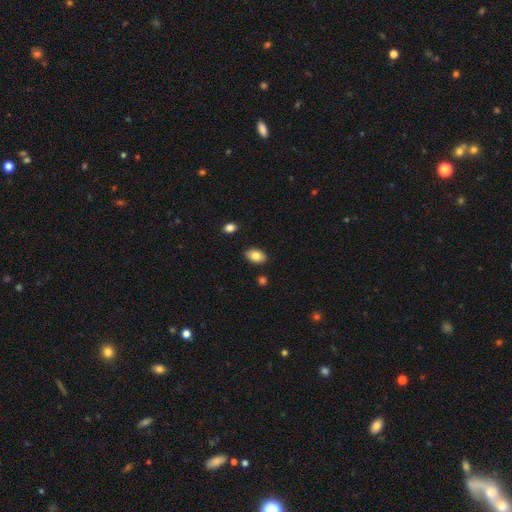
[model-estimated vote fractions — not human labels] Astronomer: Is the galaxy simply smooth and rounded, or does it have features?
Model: smooth — 83%.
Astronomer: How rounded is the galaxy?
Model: in between — 88%.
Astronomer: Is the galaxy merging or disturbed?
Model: none — 87%.